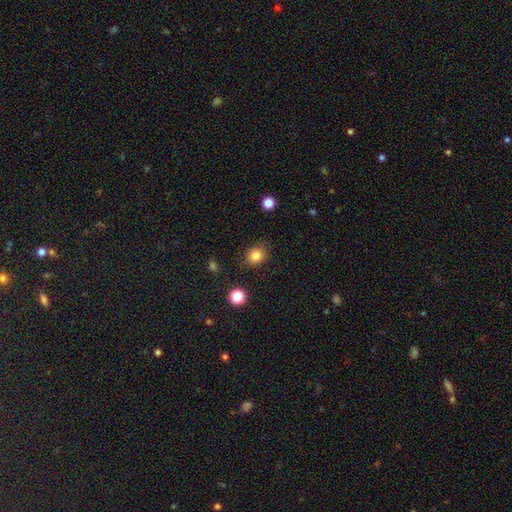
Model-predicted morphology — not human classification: Smooth or featured?
  - smooth: 83% *
  - star or artifact: 11%
  - featured or disk: 6%
How rounded?
  - round: 64% *
  - in between: 35%
  - cigar-shaped: 1%
Merging?
  - none: 85% *
  - minor disturbance: 10%
  - major disturbance: 3%
  - merger: 2%